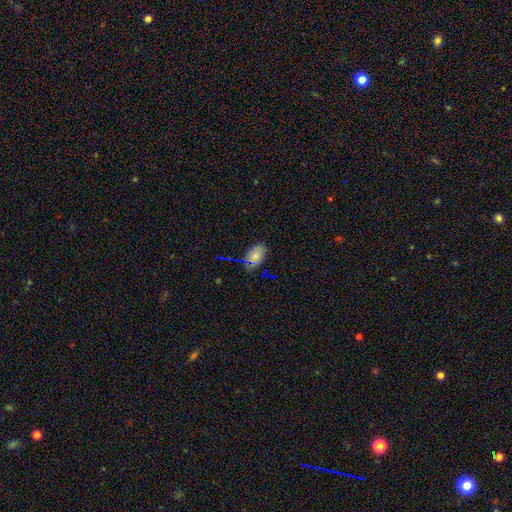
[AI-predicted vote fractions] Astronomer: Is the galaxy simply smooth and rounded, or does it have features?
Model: smooth — 76%.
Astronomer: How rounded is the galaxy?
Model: in between — 91%.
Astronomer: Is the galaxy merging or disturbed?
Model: none — 81%.